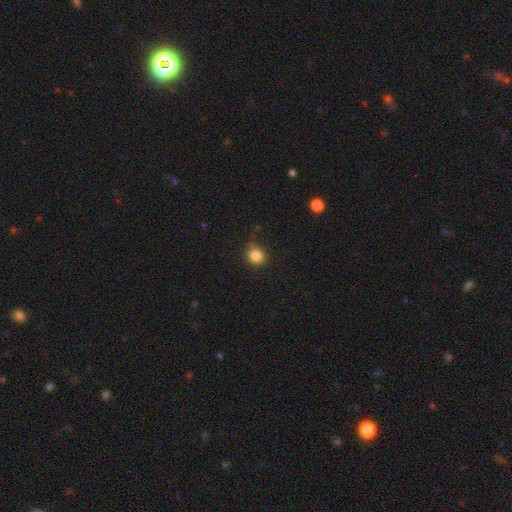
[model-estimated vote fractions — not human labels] Overall: smooth (84%). How rounded: round (83%). Merging: none (76%).